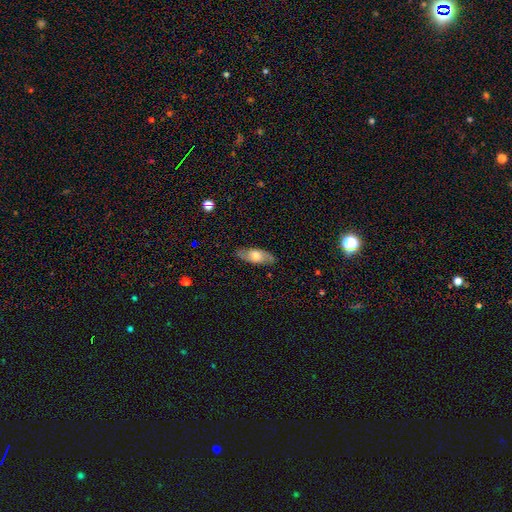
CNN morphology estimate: Q: Smooth or featured?
A: smooth (49%); runner-up: featured or disk (44%)
Q: Merging?
A: none (85%); runner-up: minor disturbance (11%)